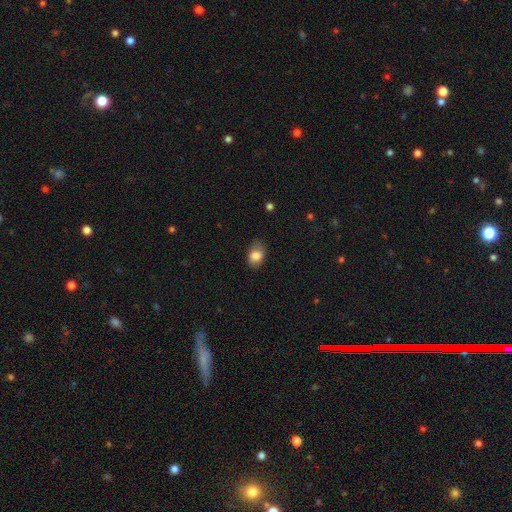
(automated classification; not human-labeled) This appears to be a smooth galaxy with no disk features (81%) that is in between round and cigar-shaped (83%). Merging: none (76%).